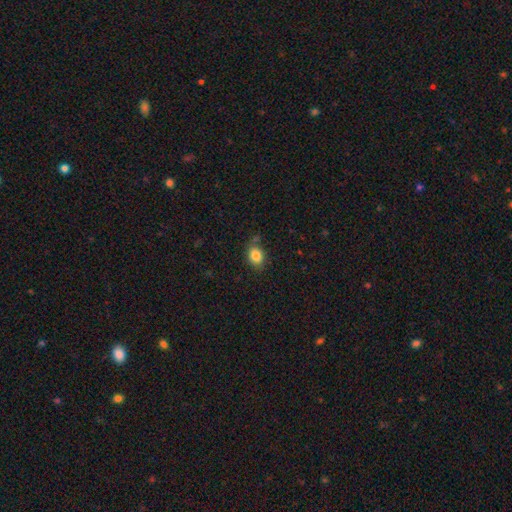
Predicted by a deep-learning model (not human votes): A smooth galaxy with no disk features (84%) that is in between round and cigar-shaped (61%). Merging: none (72%).